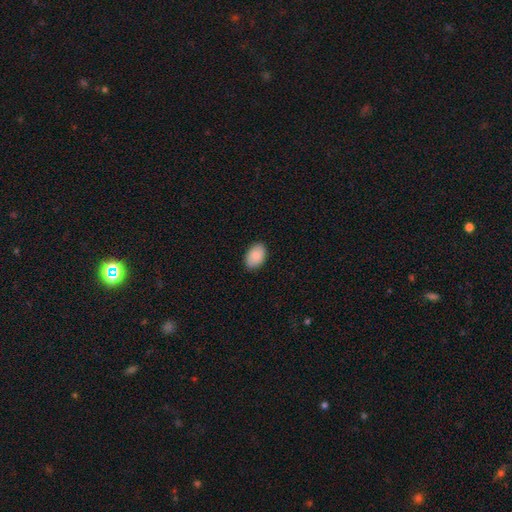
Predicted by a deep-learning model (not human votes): smooth 87%, featured or disk 7%, star or artifact 6%. Down the decision tree: how rounded — in between (89%); merging — none (88%).